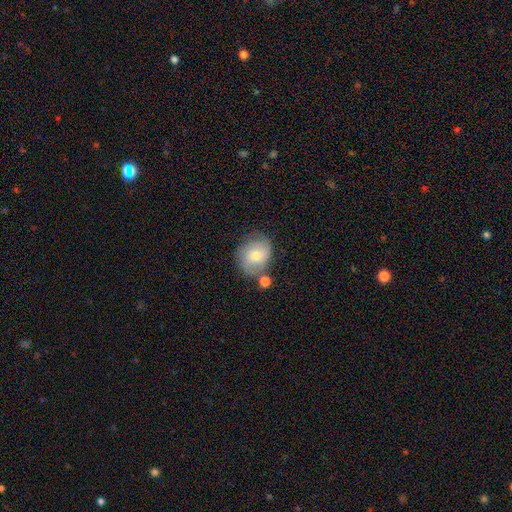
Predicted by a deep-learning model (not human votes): Morphology: type=smooth (55%); roundness=round (66%); merging=none (55%).